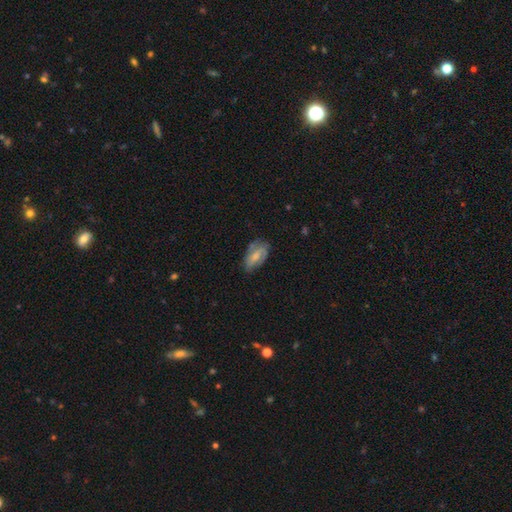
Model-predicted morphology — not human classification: Smooth or featured?
  - smooth: 50% *
  - featured or disk: 42%
  - star or artifact: 7%
How rounded?
  - in between: 90% *
  - round: 5%
  - cigar-shaped: 5%
Merging?
  - none: 58% *
  - minor disturbance: 29%
  - major disturbance: 10%
  - merger: 2%